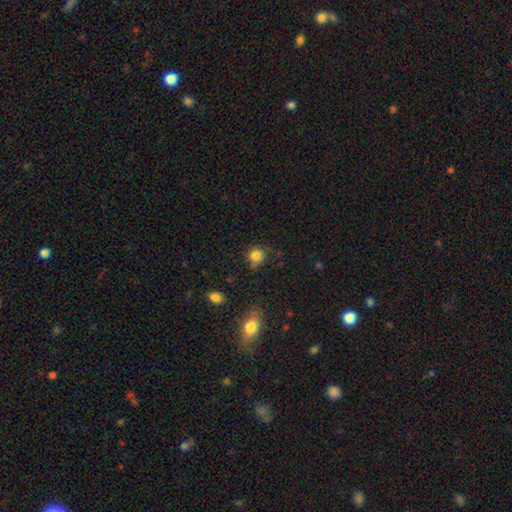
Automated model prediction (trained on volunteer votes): Overall: smooth (83%). How rounded: round (88%). Merging: none (75%).